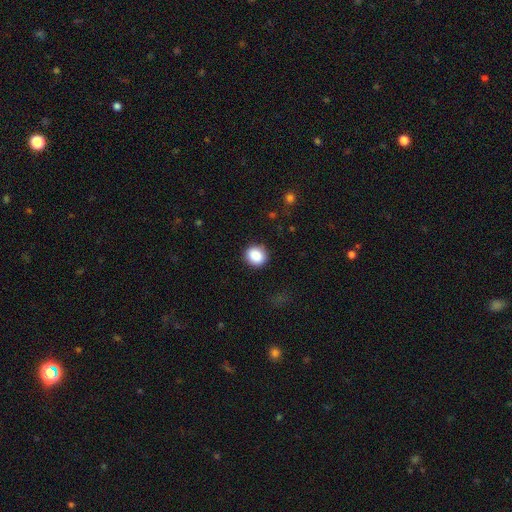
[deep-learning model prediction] This appears to be a smooth galaxy with no disk features (87%) that is round (86%). Merging: none (89%).